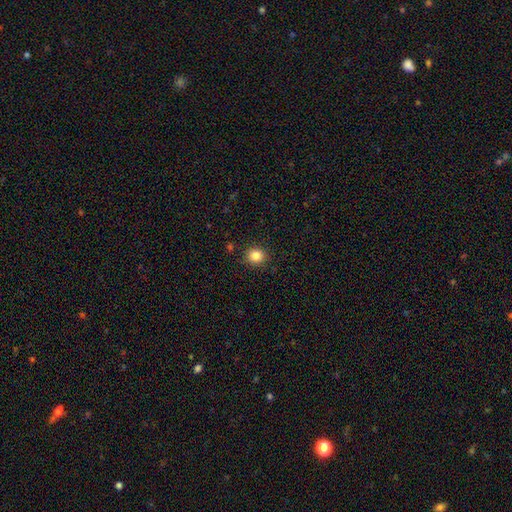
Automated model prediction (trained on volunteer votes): A smooth galaxy with no disk features (84%) that is round (86%).

Vote fractions:
- Smooth or featured? smooth: 84% / star or artifact: 11% / featured or disk: 5%
- How rounded? round: 86% / in between: 13% / cigar-shaped: 1%
- Merging? none: 90% / minor disturbance: 7% / major disturbance: 2% / merger: 1%